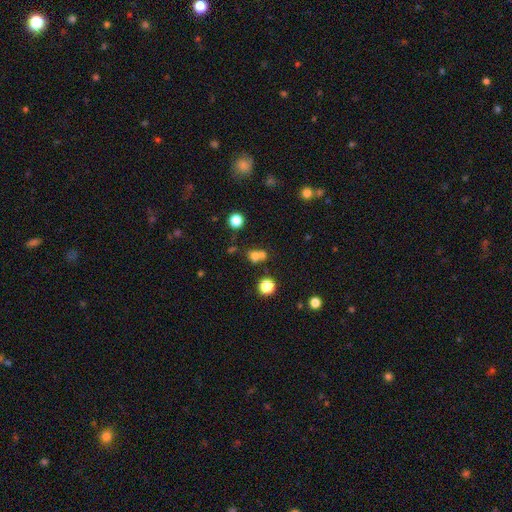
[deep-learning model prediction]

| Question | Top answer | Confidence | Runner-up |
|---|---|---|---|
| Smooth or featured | smooth | 68% | star or artifact (19%) |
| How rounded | round | 71% | in between (28%) |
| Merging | merger | 51% | none (37%) |